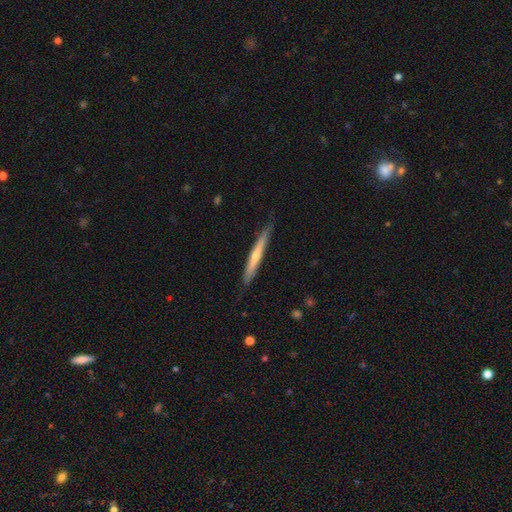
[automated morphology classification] featured or disk 51%, smooth 44%, star or artifact 5%. Down the decision tree: edge-on disk — yes (94%); merging — none (82%).